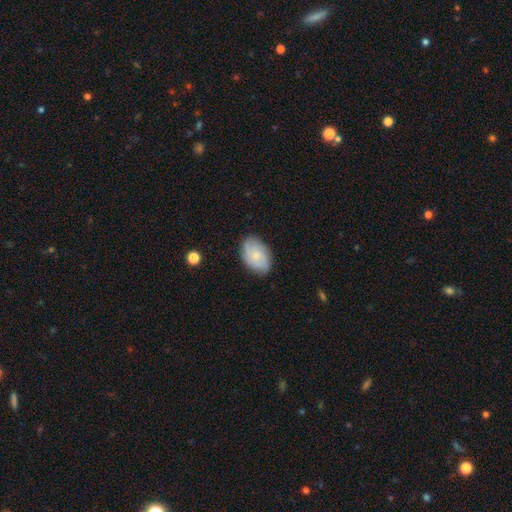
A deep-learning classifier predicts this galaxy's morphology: This appears to be a featured or disk galaxy (49%). Merging: none (80%).